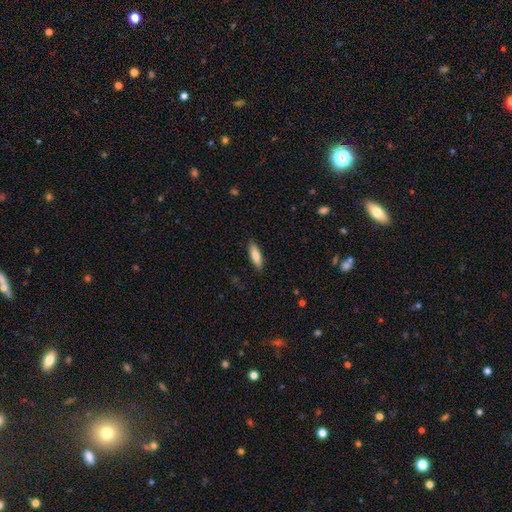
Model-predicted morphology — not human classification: Q: Smooth or featured?
A: smooth (83%); runner-up: featured or disk (12%)
Q: How rounded?
A: cigar-shaped (53%); runner-up: in between (45%)
Q: Merging?
A: none (88%); runner-up: minor disturbance (9%)